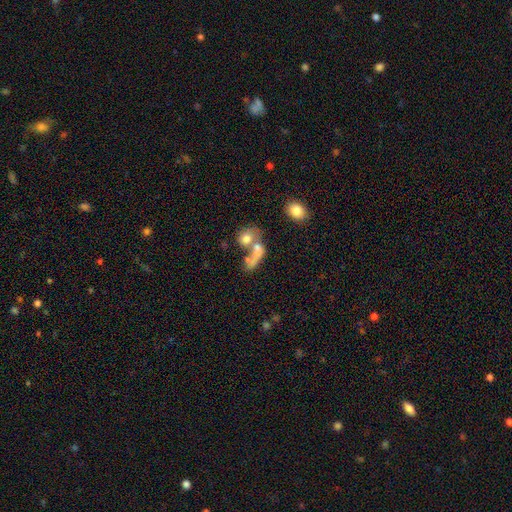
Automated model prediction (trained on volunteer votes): smooth 60%, featured or disk 28%, star or artifact 12%. Down the decision tree: how rounded — in between (52%); merging — merger (51%).